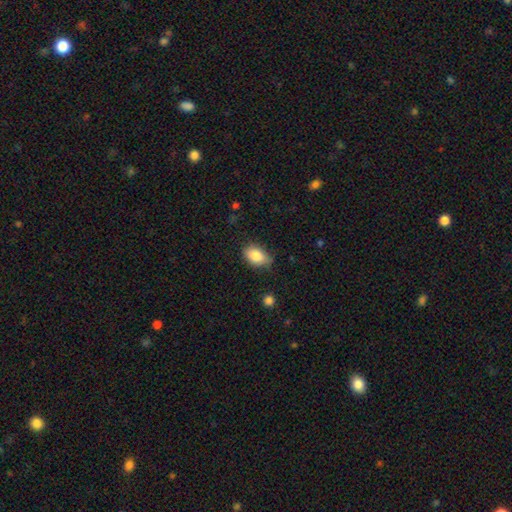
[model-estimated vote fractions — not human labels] This appears to be a smooth galaxy with no disk features (84%) that is in between round and cigar-shaped (86%). Merging: none (69%).